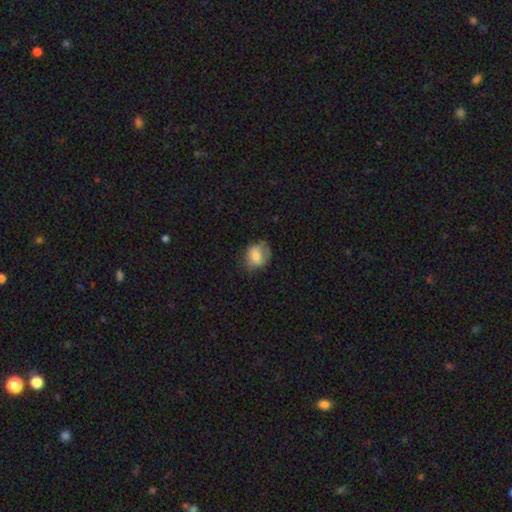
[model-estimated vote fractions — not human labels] This is likely a smooth galaxy (71%). How rounded: possibly in between (52%). Merging: possibly none (59%).